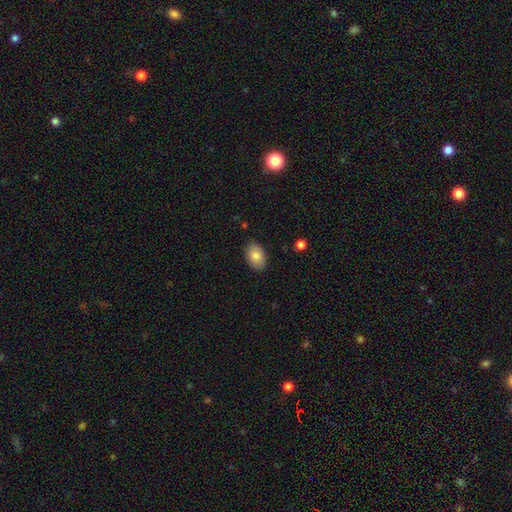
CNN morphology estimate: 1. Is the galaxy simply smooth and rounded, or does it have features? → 83% smooth, 10% featured or disk, 7% star or artifact.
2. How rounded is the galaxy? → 89% in between, 10% round, 1% cigar-shaped.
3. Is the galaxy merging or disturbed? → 86% none, 11% minor disturbance, 2% major disturbance, 1% merger.